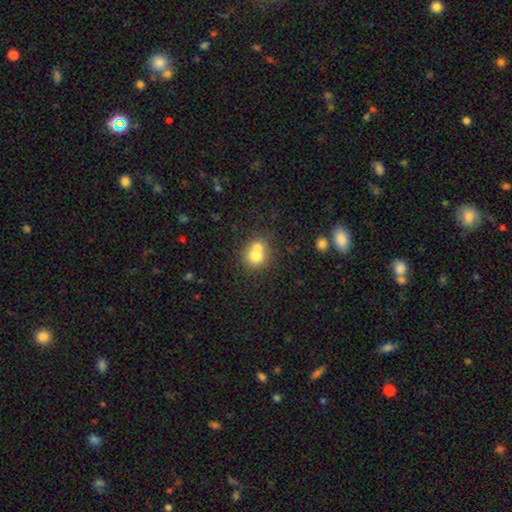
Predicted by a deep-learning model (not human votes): The model was most divided on "merging": merger: 59%, none: 32%, minor disturbance: 6%, major disturbance: 2%. More confident: how rounded — round (79%); smooth or featured — smooth (71%).